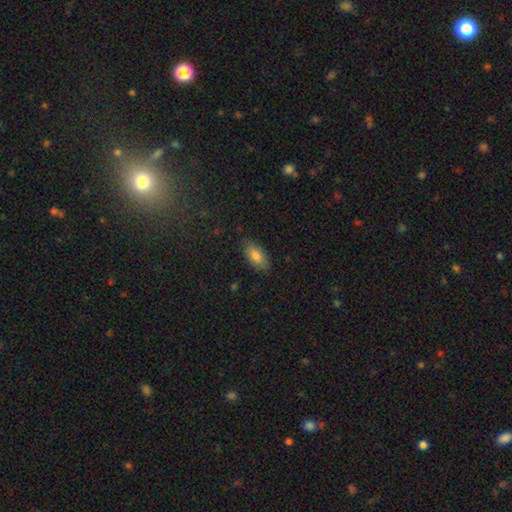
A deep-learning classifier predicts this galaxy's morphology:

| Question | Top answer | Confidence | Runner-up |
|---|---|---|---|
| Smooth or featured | smooth | 81% | featured or disk (11%) |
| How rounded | in between | 91% | cigar-shaped (6%) |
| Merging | none | 82% | minor disturbance (14%) |